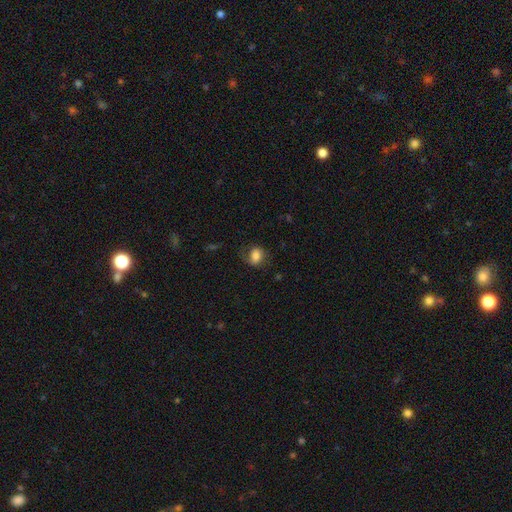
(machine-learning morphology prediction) Smooth or featured? smooth (69%)
How rounded? in between (59%)
Merging? none (59%)